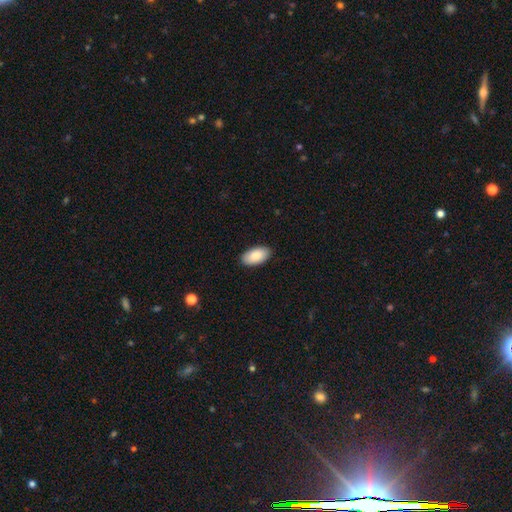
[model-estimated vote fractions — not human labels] Morphology: type=smooth (87%); roundness=in between (96%); merging=none (89%).